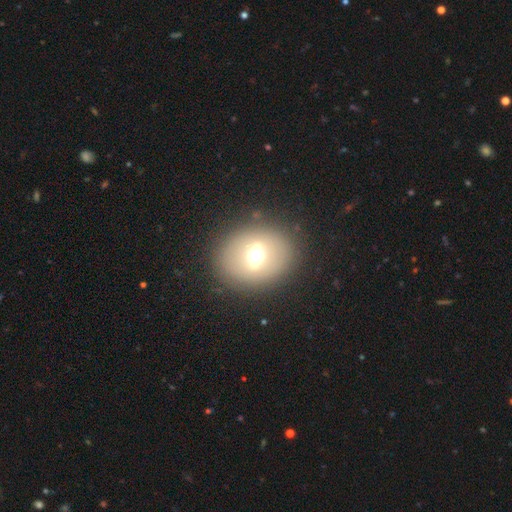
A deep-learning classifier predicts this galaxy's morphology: smooth 44%, featured or disk 41%, star or artifact 15%. Down the decision tree: merging — none (81%).